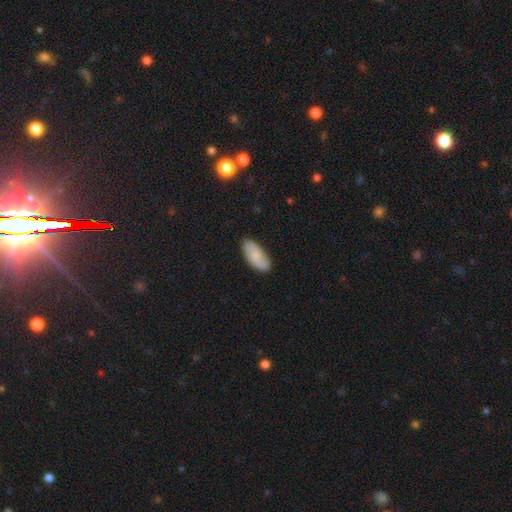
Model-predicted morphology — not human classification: Overall: smooth (64%; featured or disk 29%). How rounded: in between (90%). Merging: none (85%).